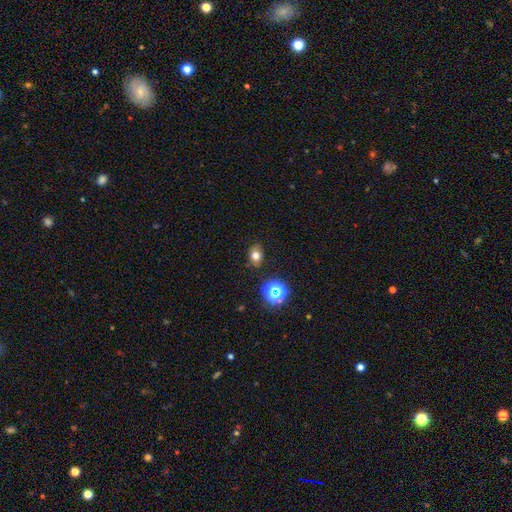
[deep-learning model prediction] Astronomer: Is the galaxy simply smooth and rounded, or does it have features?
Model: smooth — 72%.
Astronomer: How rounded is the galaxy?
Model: in between — 63%.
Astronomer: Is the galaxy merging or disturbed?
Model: none — 83%.